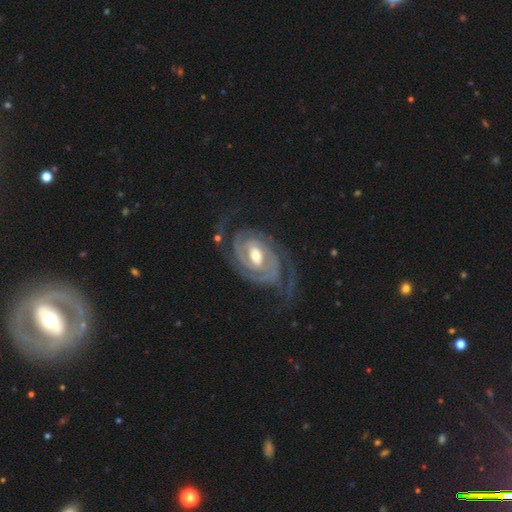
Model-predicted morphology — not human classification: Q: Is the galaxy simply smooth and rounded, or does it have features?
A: featured or disk — 93%.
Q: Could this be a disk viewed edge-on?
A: no — 97%.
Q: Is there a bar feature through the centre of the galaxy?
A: weak — 42%.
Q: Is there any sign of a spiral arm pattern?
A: yes — 98%.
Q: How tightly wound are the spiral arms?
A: tight — 72%.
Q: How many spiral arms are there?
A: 2 — 72%.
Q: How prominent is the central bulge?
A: moderate — 69%.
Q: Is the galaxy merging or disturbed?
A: none — 73%.